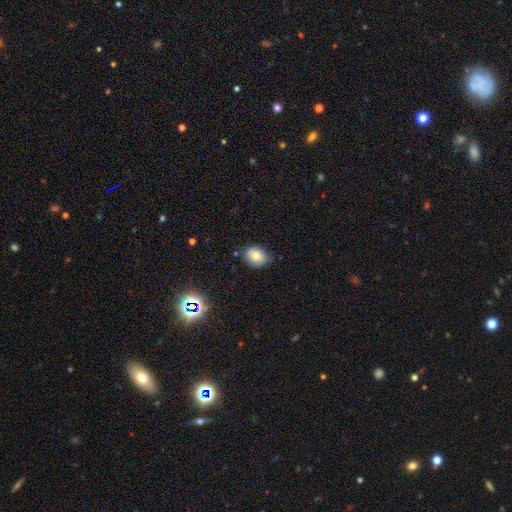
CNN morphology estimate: Q: Smooth or featured?
A: smooth (78%); runner-up: star or artifact (11%)
Q: How rounded?
A: round (54%); runner-up: in between (45%)
Q: Merging?
A: none (78%); runner-up: minor disturbance (17%)